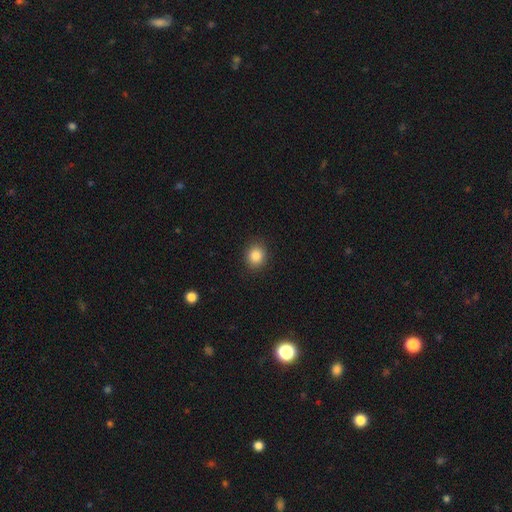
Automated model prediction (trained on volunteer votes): Morphology: type=smooth (86%); roundness=round (75%); merging=none (89%).